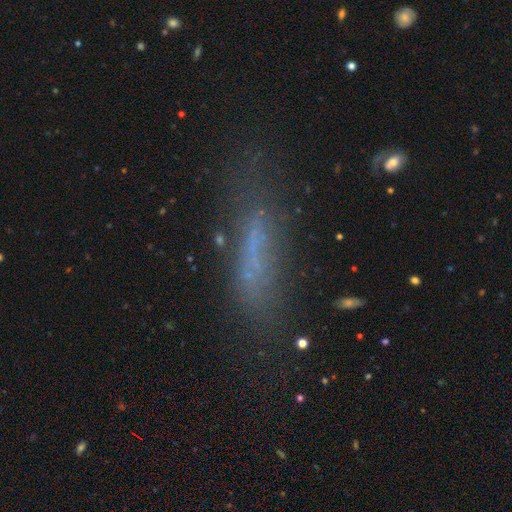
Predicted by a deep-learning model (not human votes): smooth 52%, featured or disk 31%, star or artifact 17%. Down the decision tree: how rounded — cigar-shaped (81%); merging — none (67%).